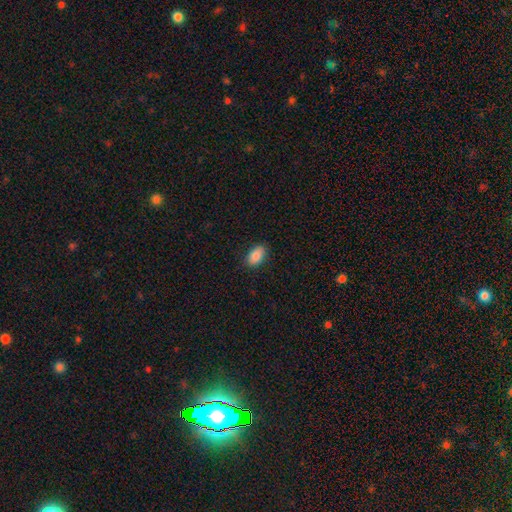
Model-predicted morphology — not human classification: smooth-or-featured: smooth: 87% | star or artifact: 7% | featured or disk: 6%
  how-rounded: in between: 92% | round: 6% | cigar-shaped: 2%
  merging: none: 86% | minor disturbance: 10% | major disturbance: 2% | merger: 1%